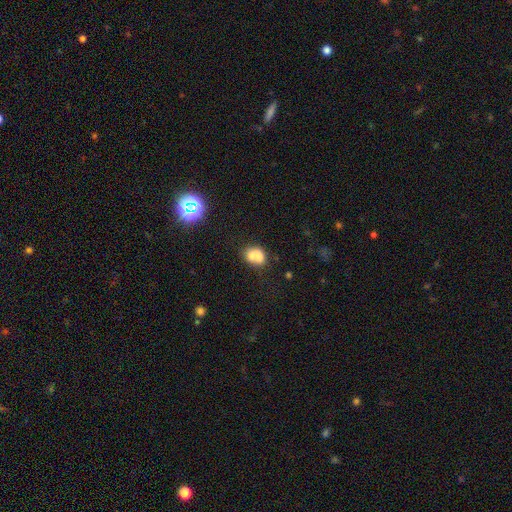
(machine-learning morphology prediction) smooth 70%, featured or disk 20%, star or artifact 11%. Down the decision tree: how rounded — in between (51%); merging — merger (58%).